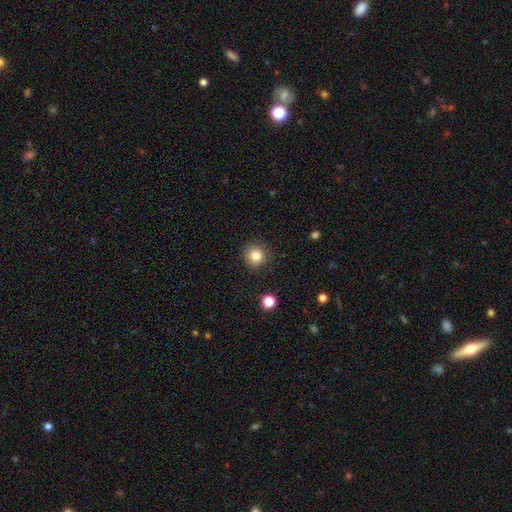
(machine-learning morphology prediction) Smooth or featured: smooth — 82% (star or artifact — 12%)
How rounded: round — 93% (in between — 6%)
Merging: none — 90% (minor disturbance — 7%)